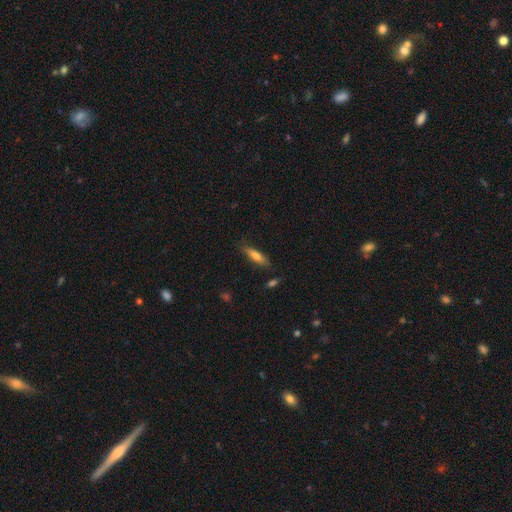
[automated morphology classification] The model was most divided on "how rounded": cigar-shaped: 69%, in between: 29%, round: 2%. More confident: merging — none (78%); smooth or featured — smooth (71%).